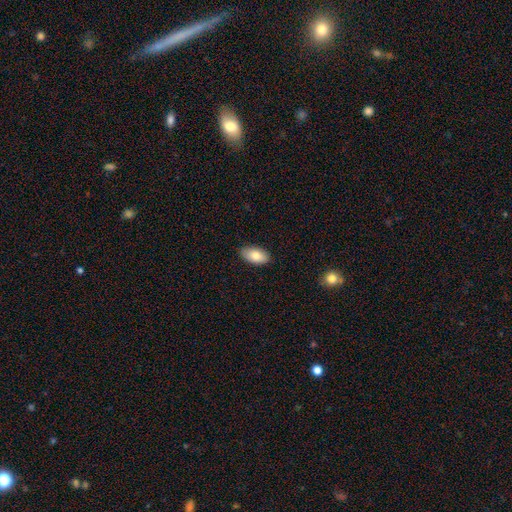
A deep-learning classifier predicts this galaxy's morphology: Overall: smooth (82%). How rounded: in between (94%). Merging: none (87%).